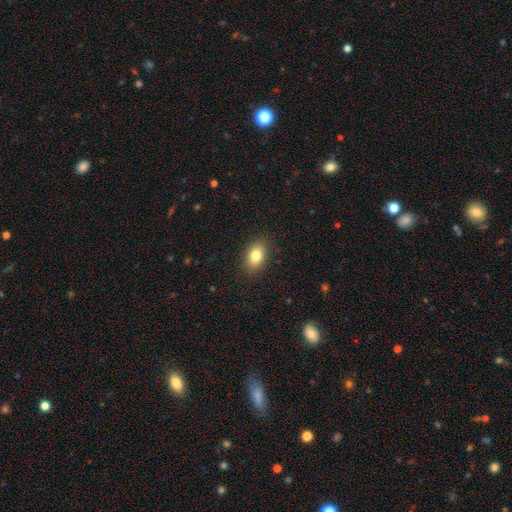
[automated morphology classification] Overall: smooth (82%). How rounded: in between (81%). Merging: none (88%).